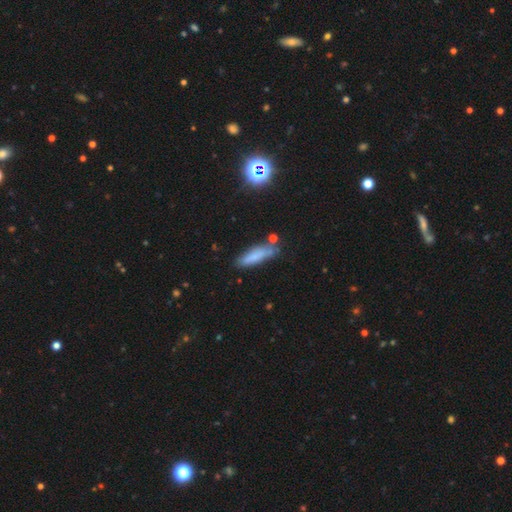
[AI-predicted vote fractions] This is likely a smooth galaxy (74%). How rounded: likely cigar-shaped (68%). Merging: likely none (71%).